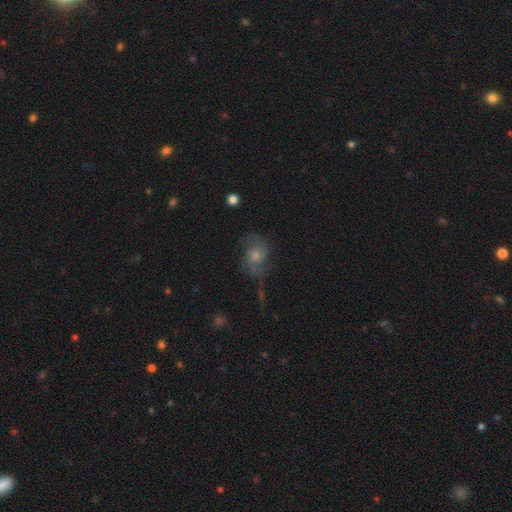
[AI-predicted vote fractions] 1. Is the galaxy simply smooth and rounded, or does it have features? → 54% featured or disk, 34% smooth, 12% star or artifact.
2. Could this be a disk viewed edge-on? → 96% no, 4% yes.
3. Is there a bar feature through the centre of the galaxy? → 76% no, 21% weak, 3% strong.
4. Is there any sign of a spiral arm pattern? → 82% yes, 18% no.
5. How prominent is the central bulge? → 50% moderate, 36% small, 7% large, 5% none, 2% dominant.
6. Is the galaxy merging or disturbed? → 49% none, 24% minor disturbance, 22% major disturbance, 4% merger.